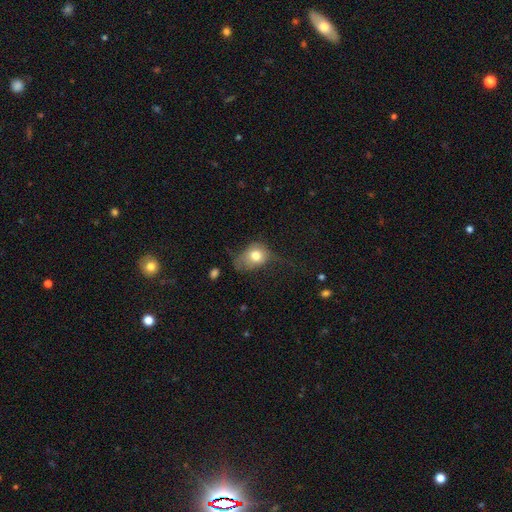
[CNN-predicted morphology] This is likely a smooth galaxy (73%). How rounded: possibly in between (53%). Merging: marginally major disturbance (35%).